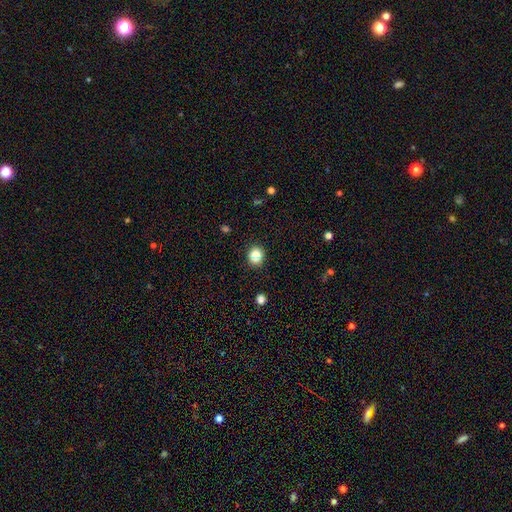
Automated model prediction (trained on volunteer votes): The model was most divided on "how rounded": round: 76%, in between: 23%, cigar-shaped: 1%. More confident: merging — none (86%); smooth or featured — smooth (82%).